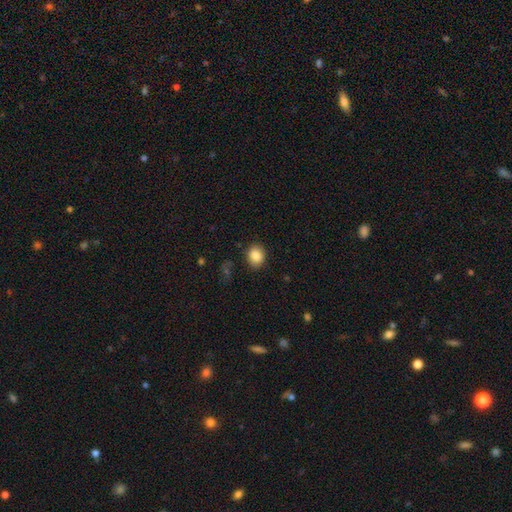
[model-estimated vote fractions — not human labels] Q: Smooth or featured?
A: smooth (86%); runner-up: star or artifact (9%)
Q: How rounded?
A: round (57%); runner-up: in between (42%)
Q: Merging?
A: none (87%); runner-up: minor disturbance (9%)